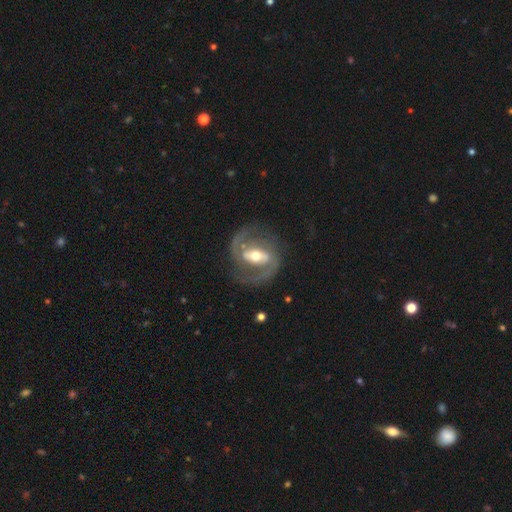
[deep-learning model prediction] Smooth or featured? Predicted: featured or disk (p=0.87). Edge-on disk? Predicted: no (p=0.96). Bar? Predicted: strong (p=0.50). Spiral arms? Predicted: yes (p=0.92). Spiral winding? Predicted: medium (p=0.55). Spiral arm count? Predicted: 2 (p=0.90). Bulge size? Predicted: moderate (p=0.69). Merging? Predicted: none (p=0.75).